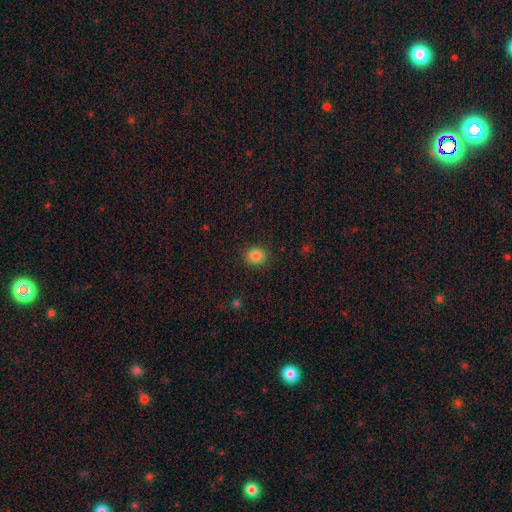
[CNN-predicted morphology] type=smooth (85%); roundness=round (77%); merging=none (89%).